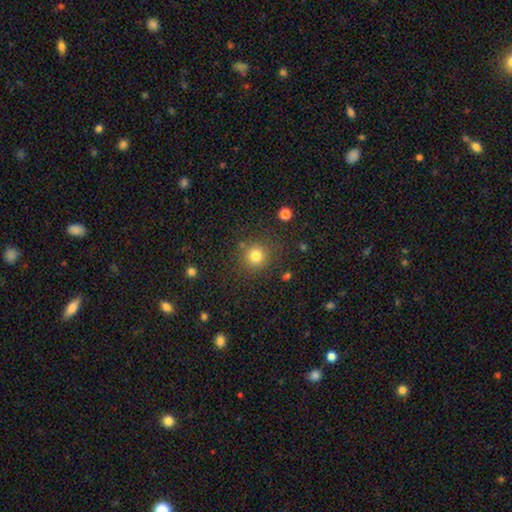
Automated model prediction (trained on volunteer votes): smooth_or_featured: smooth (p=0.80) [alt: star or artifact p=0.13]
how_rounded: round (p=0.92) [alt: in between p=0.07]
merging: none (p=0.84) [alt: minor disturbance p=0.09]